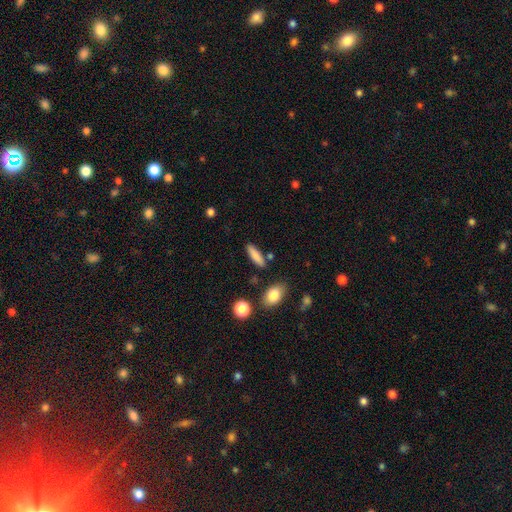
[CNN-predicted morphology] Q: Smooth or featured?
A: smooth (84%); runner-up: featured or disk (9%)
Q: How rounded?
A: cigar-shaped (63%); runner-up: in between (34%)
Q: Merging?
A: none (84%); runner-up: minor disturbance (10%)